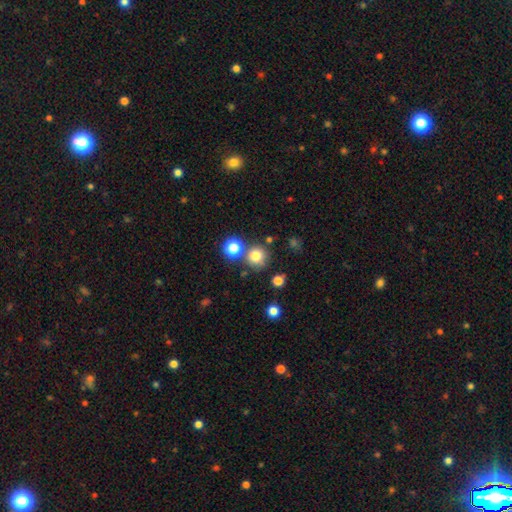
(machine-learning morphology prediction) Q: Smooth or featured?
A: smooth (77%); runner-up: star or artifact (15%)
Q: How rounded?
A: round (92%); runner-up: in between (7%)
Q: Merging?
A: none (71%); runner-up: merger (16%)